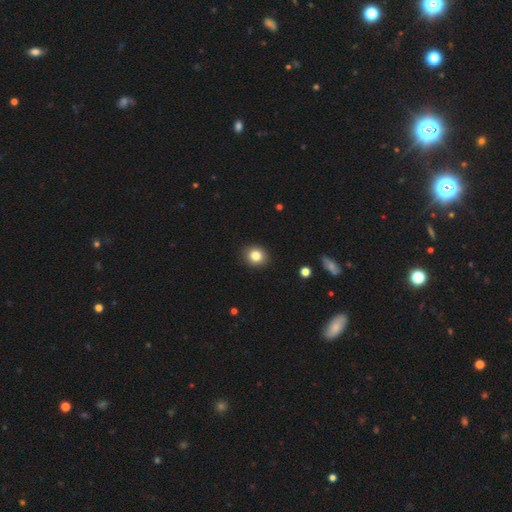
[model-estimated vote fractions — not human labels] Smooth or featured: smooth — 83% (star or artifact — 10%)
How rounded: round — 79% (in between — 20%)
Merging: none — 91% (minor disturbance — 6%)